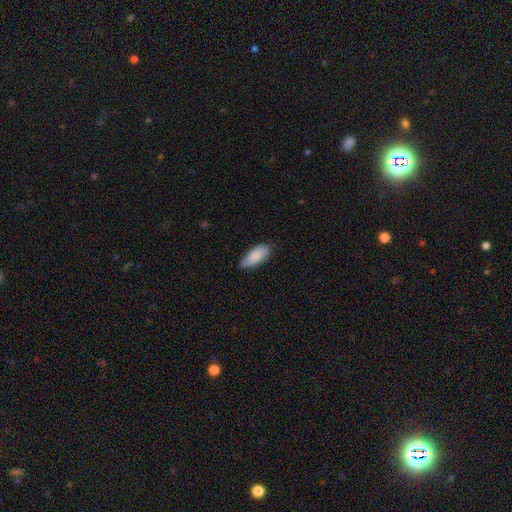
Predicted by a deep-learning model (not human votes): smooth_or_featured: smooth (p=0.87) [alt: featured or disk p=0.08]
how_rounded: in between (p=0.79) [alt: cigar-shaped p=0.20]
merging: none (p=0.68) [alt: minor disturbance p=0.27]